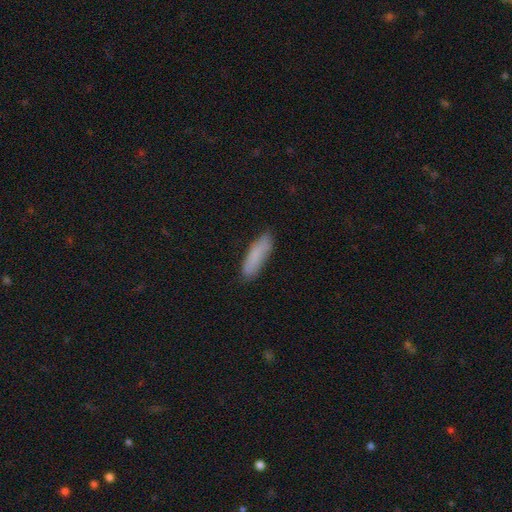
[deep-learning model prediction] smooth-or-featured: smooth: 83% | featured or disk: 10% | star or artifact: 7%
  how-rounded: cigar-shaped: 62% | in between: 36% | round: 2%
  merging: none: 81% | minor disturbance: 15% | major disturbance: 3% | merger: 1%